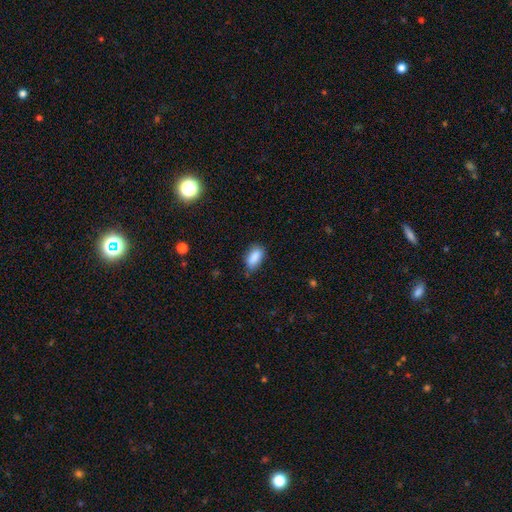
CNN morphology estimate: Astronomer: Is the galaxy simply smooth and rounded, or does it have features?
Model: smooth — 87%.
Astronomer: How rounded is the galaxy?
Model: in between — 90%.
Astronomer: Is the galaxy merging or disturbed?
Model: none — 68%.